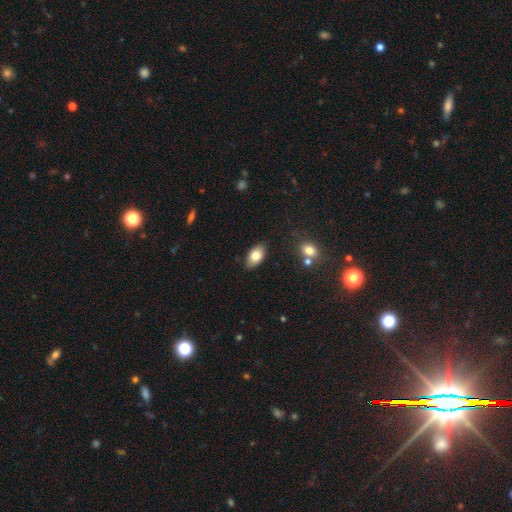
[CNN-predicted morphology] smooth_or_featured: smooth (p=0.80) [alt: featured or disk p=0.12]
how_rounded: in between (p=0.92) [alt: round p=0.06]
merging: none (p=0.86) [alt: minor disturbance p=0.10]